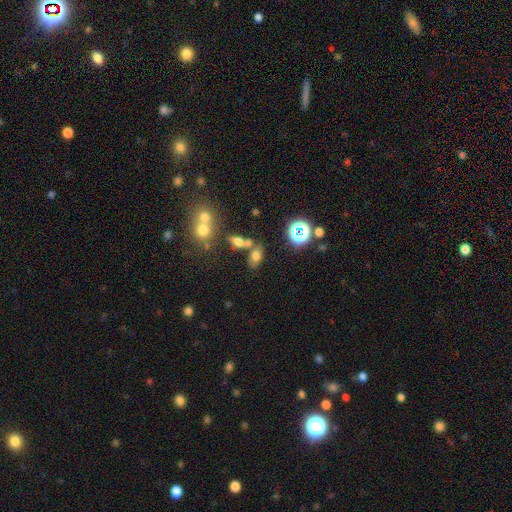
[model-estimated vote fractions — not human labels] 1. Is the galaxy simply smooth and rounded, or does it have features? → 65% smooth, 20% star or artifact, 15% featured or disk.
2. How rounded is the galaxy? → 81% in between, 15% round, 4% cigar-shaped.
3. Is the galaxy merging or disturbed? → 53% none, 29% merger, 12% minor disturbance, 5% major disturbance.